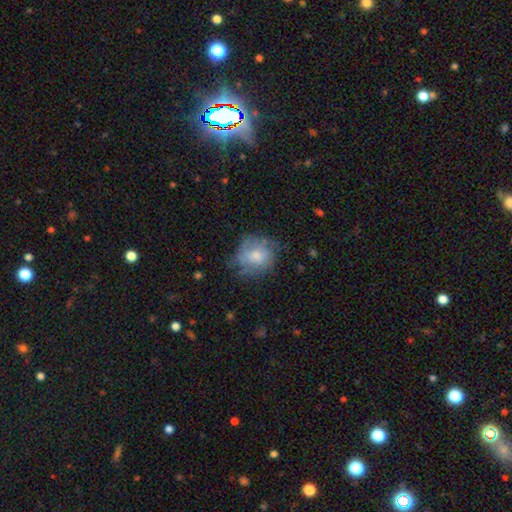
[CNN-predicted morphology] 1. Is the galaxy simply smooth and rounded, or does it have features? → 58% smooth, 33% featured or disk, 8% star or artifact.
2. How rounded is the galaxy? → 74% round, 25% in between, 1% cigar-shaped.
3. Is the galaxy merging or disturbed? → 55% none, 28% minor disturbance, 15% major disturbance, 2% merger.